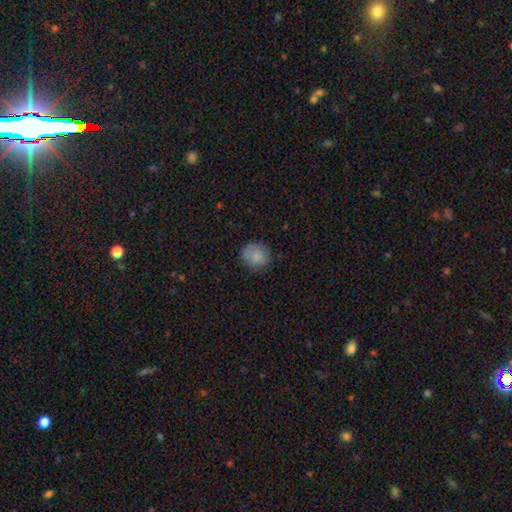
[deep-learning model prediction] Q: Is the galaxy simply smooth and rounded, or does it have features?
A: smooth — 83%.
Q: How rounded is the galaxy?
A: round — 81%.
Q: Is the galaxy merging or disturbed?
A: none — 78%.